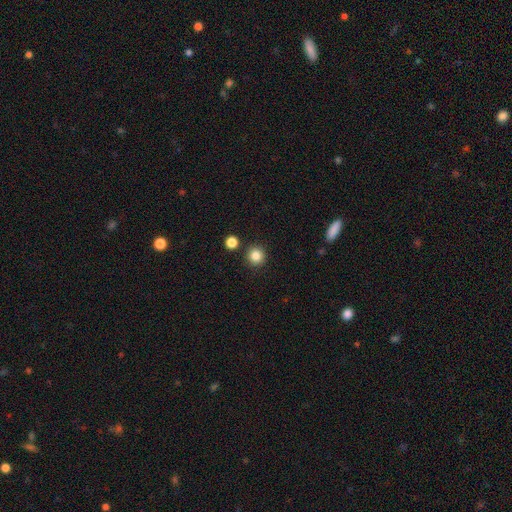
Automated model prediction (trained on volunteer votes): This appears to be a smooth galaxy with no disk features (85%) that is round (94%). Merging: none (89%).